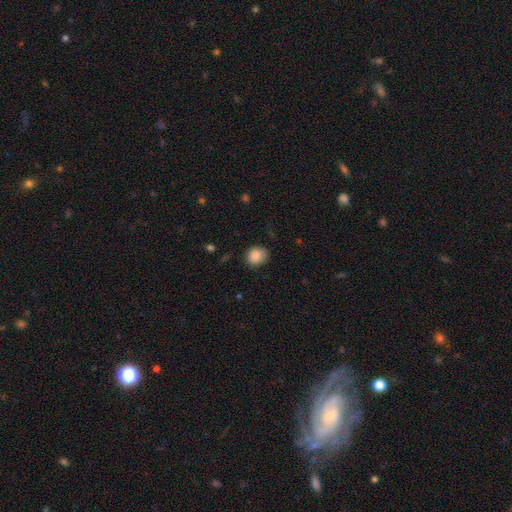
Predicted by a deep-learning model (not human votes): This is clearly a smooth galaxy (85%). How rounded: likely round (68%). Merging: likely none (80%).